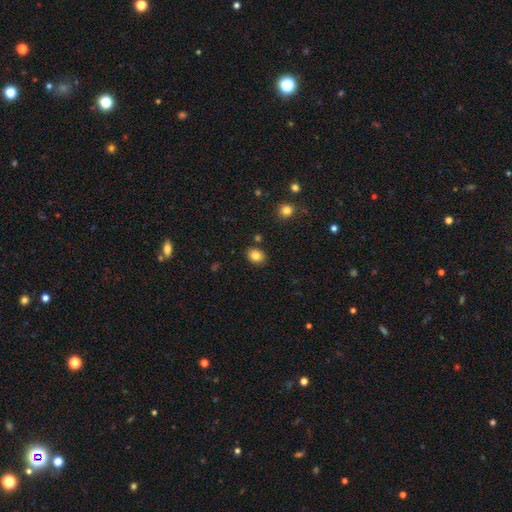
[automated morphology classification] Smooth or featured? smooth (83%)
How rounded? in between (52%)
Merging? none (85%)